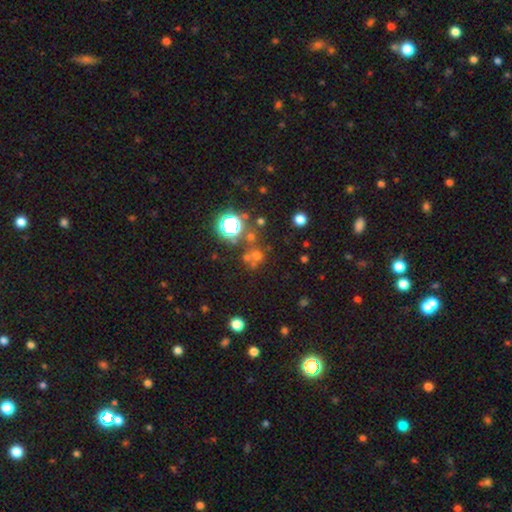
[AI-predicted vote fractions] smooth 54%, star or artifact 34%, featured or disk 12%. Down the decision tree: how rounded — round (89%); merging — none (61%).